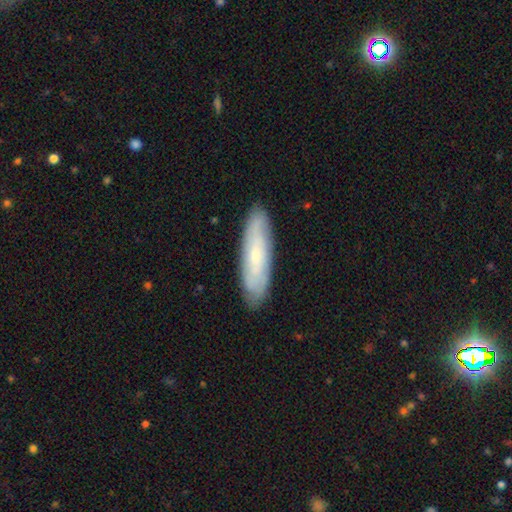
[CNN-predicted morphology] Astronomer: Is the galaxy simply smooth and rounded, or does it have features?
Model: smooth — 48% (runner-up: featured or disk, 46%).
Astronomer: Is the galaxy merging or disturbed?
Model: none — 86%.